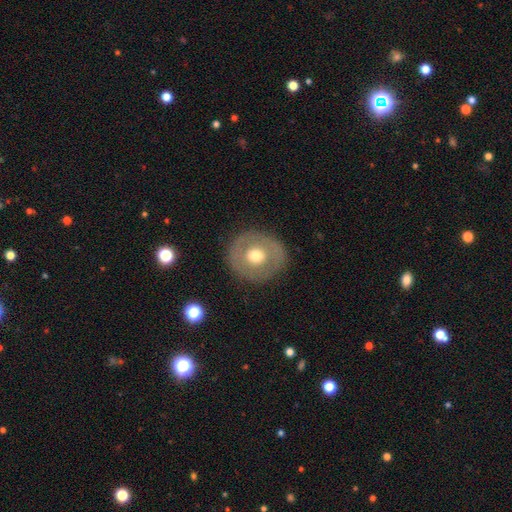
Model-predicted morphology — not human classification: smooth_or_featured: smooth (p=0.50) [alt: featured or disk p=0.43]
how_rounded: round (p=0.87) [alt: in between p=0.12]
merging: none (p=0.87) [alt: minor disturbance p=0.09]